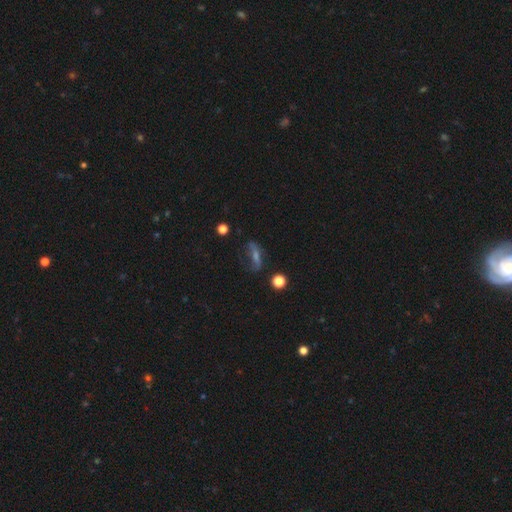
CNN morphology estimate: type=smooth (45%); merging=none (45%).